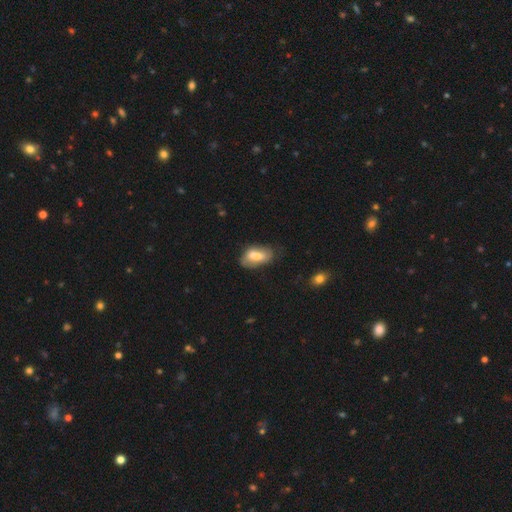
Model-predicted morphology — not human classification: smooth-or-featured: smooth: 63% | featured or disk: 29% | star or artifact: 8%
  how-rounded: in between: 88% | cigar-shaped: 7% | round: 5%
  merging: none: 46% | minor disturbance: 28% | merger: 16% | major disturbance: 10%